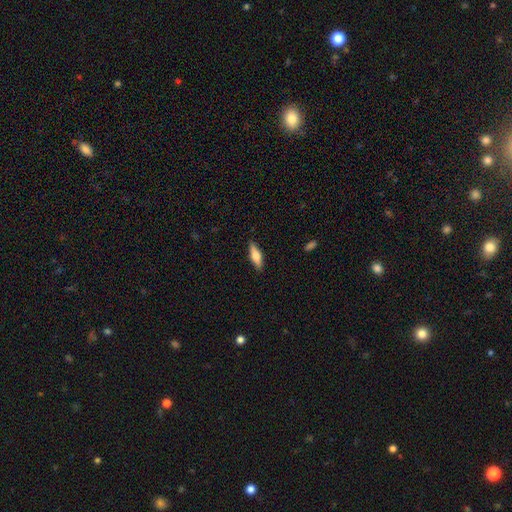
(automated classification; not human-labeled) Smooth or featured: smooth — 63% (featured or disk — 30%)
How rounded: cigar-shaped — 52% (in between — 46%)
Merging: none — 87% (minor disturbance — 10%)